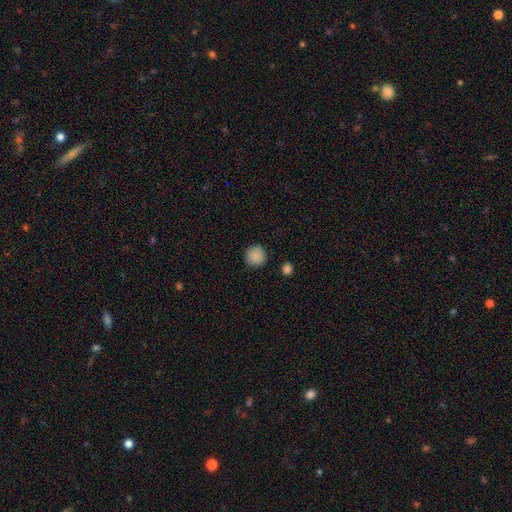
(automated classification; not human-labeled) smooth 88%, star or artifact 9%, featured or disk 3%. Down the decision tree: how rounded — round (94%); merging — none (89%).